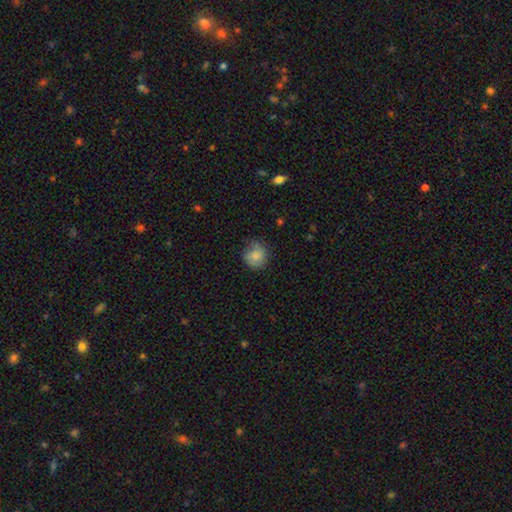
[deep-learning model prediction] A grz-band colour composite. It shows a smooth galaxy with no disk features (73%) that is round (86%). Merging: none (67%).